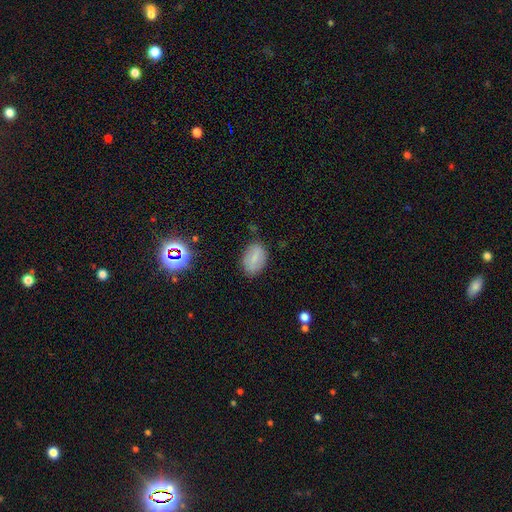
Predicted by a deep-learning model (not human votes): smooth 69%, featured or disk 20%, star or artifact 11%. Down the decision tree: how rounded — in between (85%); merging — none (80%).